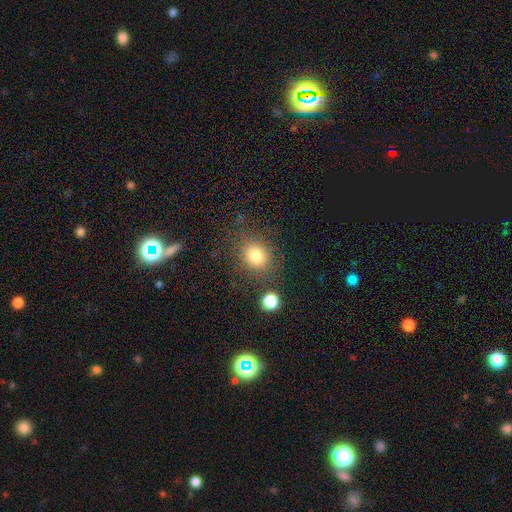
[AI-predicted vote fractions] smooth-or-featured: smooth: 80% | star or artifact: 12% | featured or disk: 8%
  how-rounded: round: 76% | in between: 23% | cigar-shaped: 1%
  merging: none: 77% | minor disturbance: 12% | major disturbance: 6% | merger: 5%